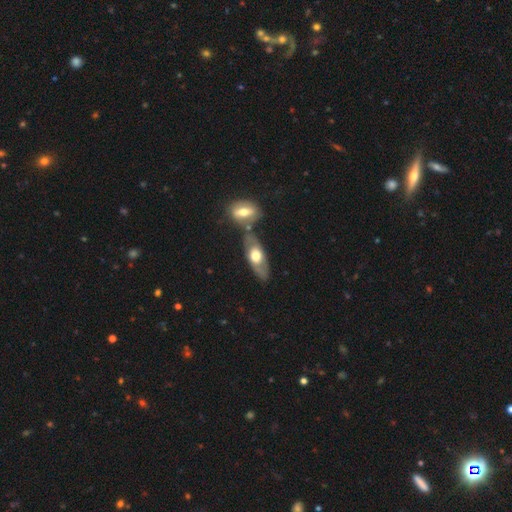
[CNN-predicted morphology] Overall: featured or disk (52%; smooth 43%). Edge-on disk: no (61%; yes 39%). Merging: none (62%).